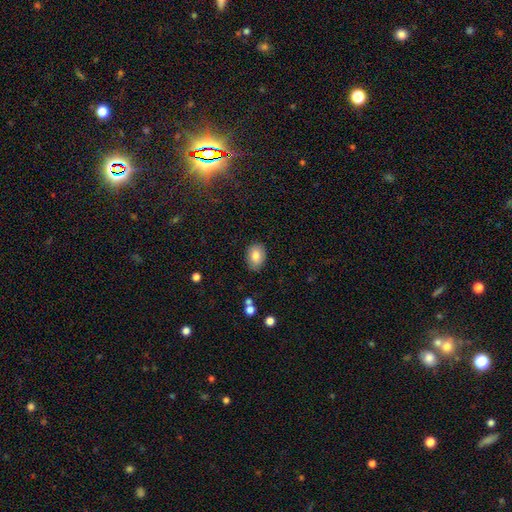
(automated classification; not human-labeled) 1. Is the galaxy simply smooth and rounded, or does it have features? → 82% smooth, 11% featured or disk, 8% star or artifact.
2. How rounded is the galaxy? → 76% in between, 23% round, 1% cigar-shaped.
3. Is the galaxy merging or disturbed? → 84% none, 12% minor disturbance, 2% major disturbance, 1% merger.